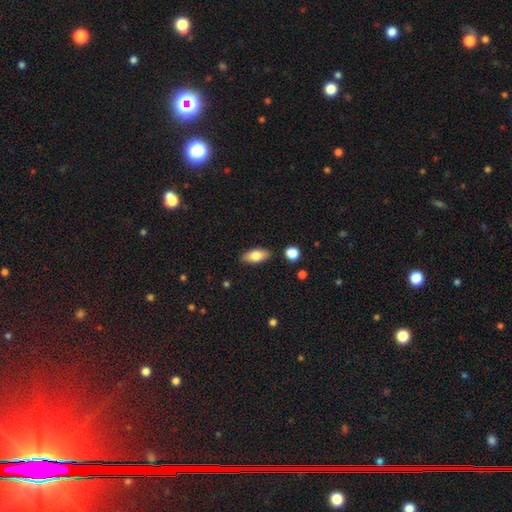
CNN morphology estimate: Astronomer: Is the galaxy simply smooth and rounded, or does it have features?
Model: smooth — 77%.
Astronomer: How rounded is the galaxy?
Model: in between — 87%.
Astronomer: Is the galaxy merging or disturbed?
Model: none — 86%.